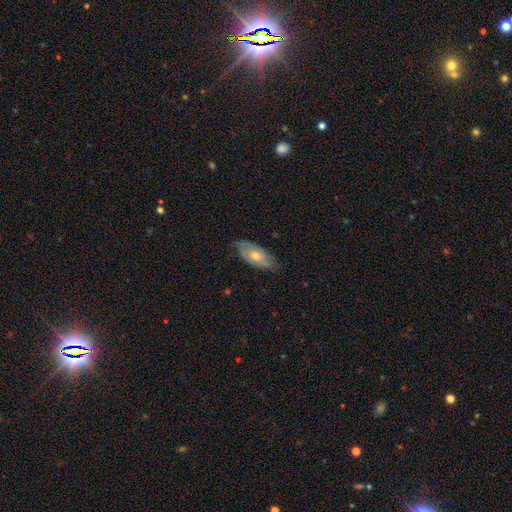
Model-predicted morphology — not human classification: Smooth or featured: featured or disk — 56% (smooth — 37%)
Edge-on disk: no — 82% (yes — 18%)
Merging: none — 73% (minor disturbance — 21%)